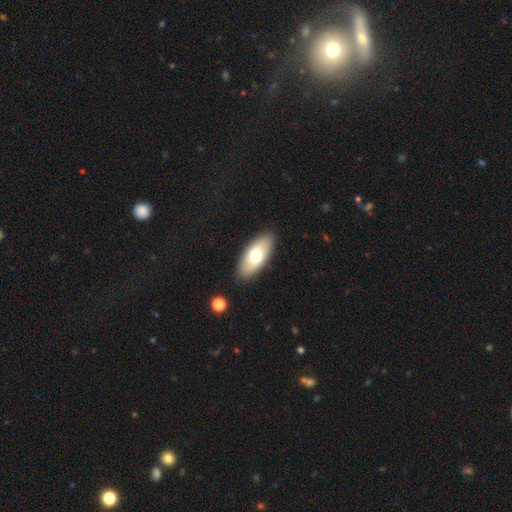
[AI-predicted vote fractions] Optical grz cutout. It shows a smooth galaxy with no disk features (70%) that is in between round and cigar-shaped (87%). Merging: none (89%).